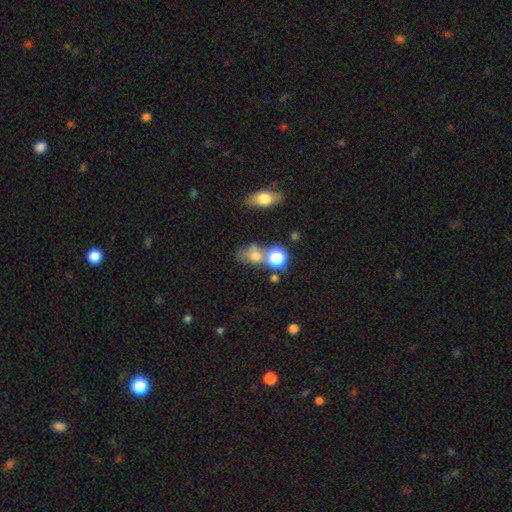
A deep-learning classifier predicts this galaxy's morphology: A smooth galaxy with no disk features (63%) that is in between round and cigar-shaped (53%). Merging: none (37%).